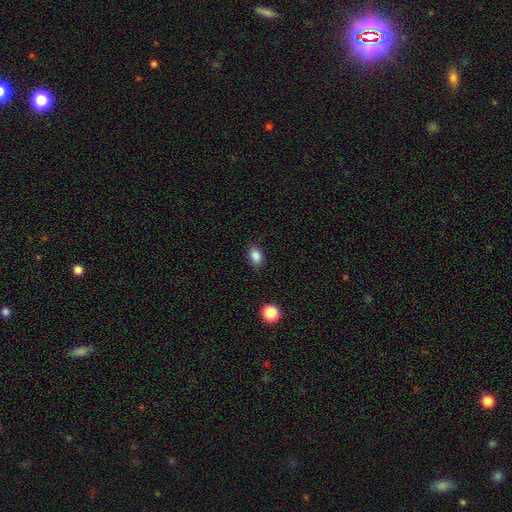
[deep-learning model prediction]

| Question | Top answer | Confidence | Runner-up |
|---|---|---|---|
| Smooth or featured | smooth | 86% | star or artifact (10%) |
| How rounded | in between | 77% | round (21%) |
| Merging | none | 84% | minor disturbance (12%) |